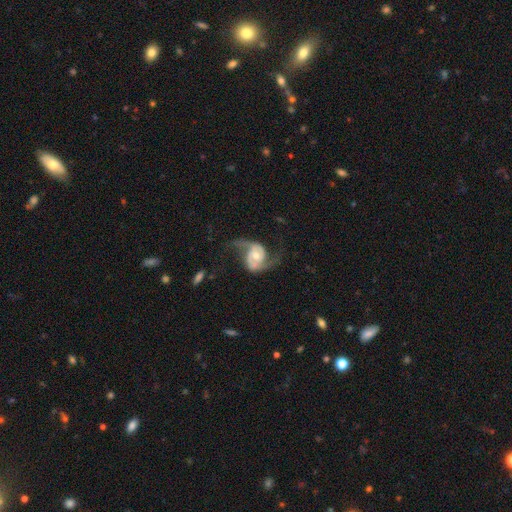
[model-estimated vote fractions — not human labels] Morphology: type=featured or disk (88%); edge-on=no (97%); bar=no (57%); spiral arms=yes (96%); winding=loose (55%); arm count=2 (92%); bulge=moderate (57%); merging=none (62%).